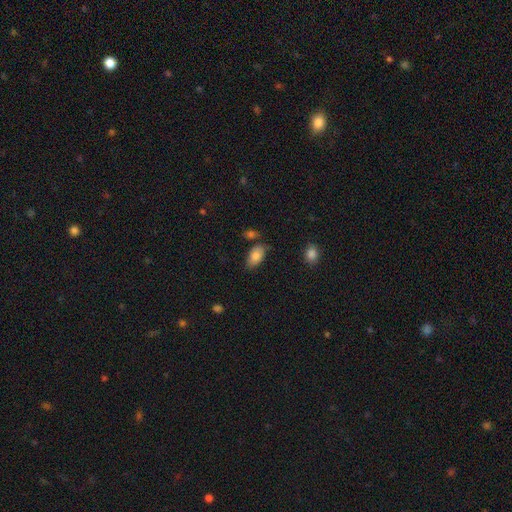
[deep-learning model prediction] Smooth or featured: smooth — 83% (featured or disk — 10%)
How rounded: in between — 93% (round — 4%)
Merging: none — 71% (minor disturbance — 18%)